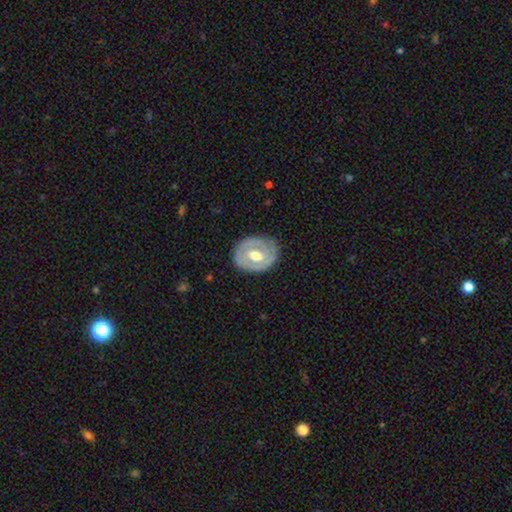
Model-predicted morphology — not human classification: This is likely a featured or disk galaxy (60%). It is clearly not viewed edge-on (94%). Bar: likely no (63%). Spiral arm pattern: likely no (71%). Central bulge: likely moderate (69%). Merging: clearly none (81%).